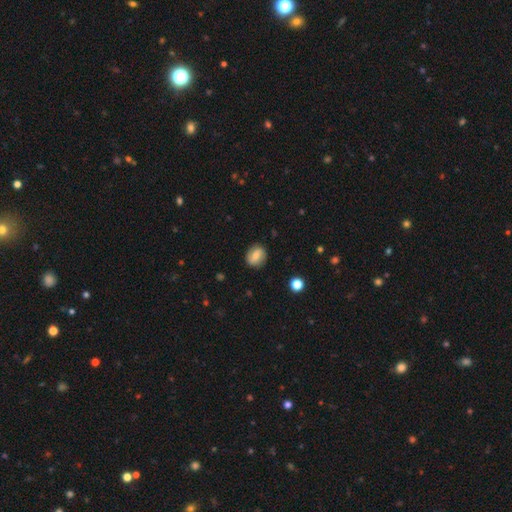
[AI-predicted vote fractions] This is likely a smooth galaxy (69%). How rounded: likely round (61%). Merging: clearly none (85%).